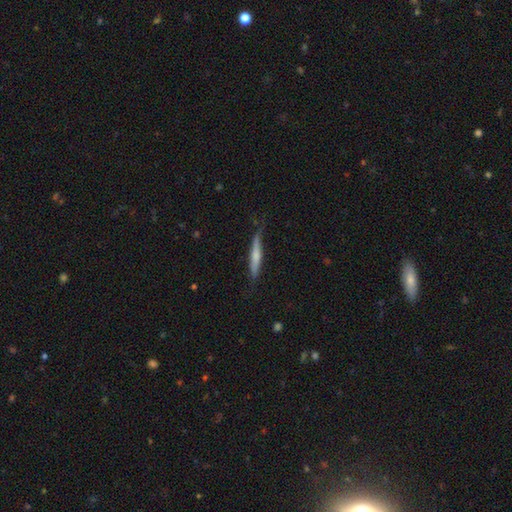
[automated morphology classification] The model was most divided on "smooth or featured": smooth: 51%, featured or disk: 43%, star or artifact: 6%. More confident: how rounded — cigar-shaped (92%); merging — none (73%).